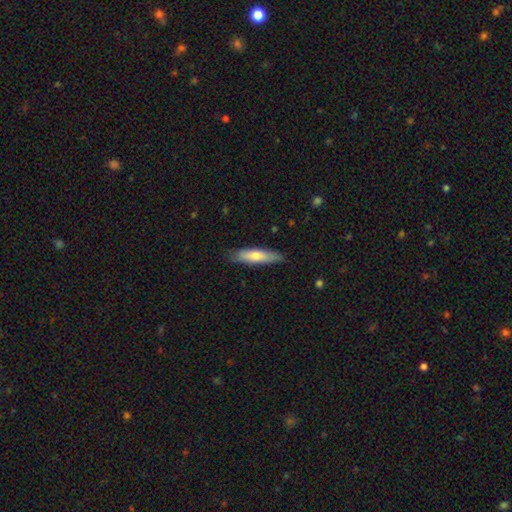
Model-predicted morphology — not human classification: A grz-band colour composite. It shows a smooth galaxy with no disk features (67%) that is cigar-shaped (76%). Merging: none (82%).